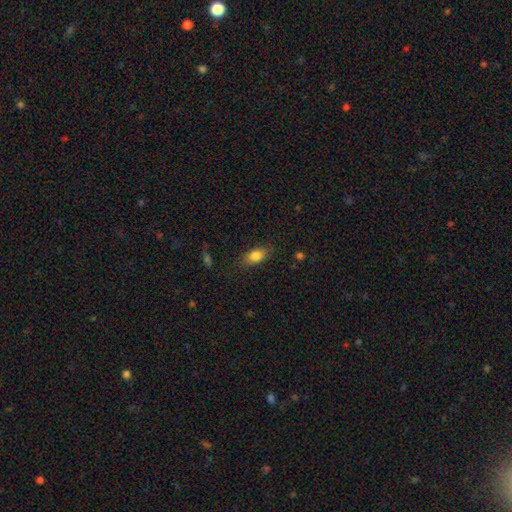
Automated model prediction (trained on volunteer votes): This is clearly a smooth galaxy (83%). How rounded: clearly in between (84%). Merging: likely none (79%).